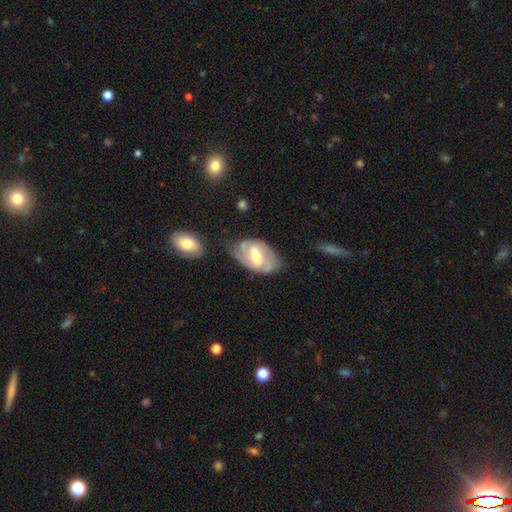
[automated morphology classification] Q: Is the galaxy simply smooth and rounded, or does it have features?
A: featured or disk — 77%.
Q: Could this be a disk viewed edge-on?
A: no — 96%.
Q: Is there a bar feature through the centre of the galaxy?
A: weak — 49%.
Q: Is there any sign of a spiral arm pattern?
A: yes — 90%.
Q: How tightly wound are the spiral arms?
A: tight — 44%.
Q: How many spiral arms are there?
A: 2 — 62%.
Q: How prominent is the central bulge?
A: moderate — 64%.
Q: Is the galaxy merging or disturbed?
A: none — 65%.